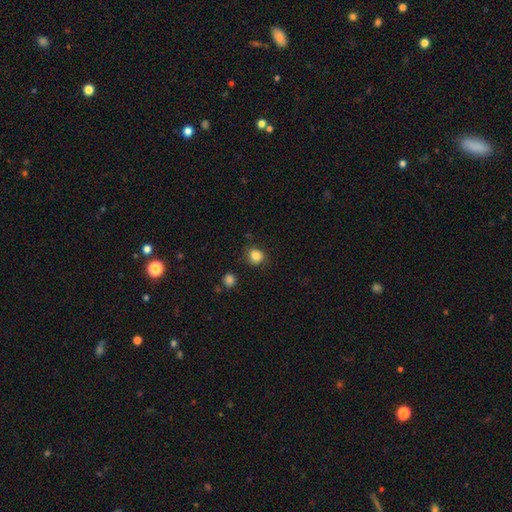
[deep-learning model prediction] A smooth galaxy with no disk features (84%) that is round (81%).

Vote fractions:
- Smooth or featured? smooth: 84% / star or artifact: 11% / featured or disk: 5%
- How rounded? round: 81% / in between: 18% / cigar-shaped: 1%
- Merging? none: 78% / minor disturbance: 15% / major disturbance: 4% / merger: 3%